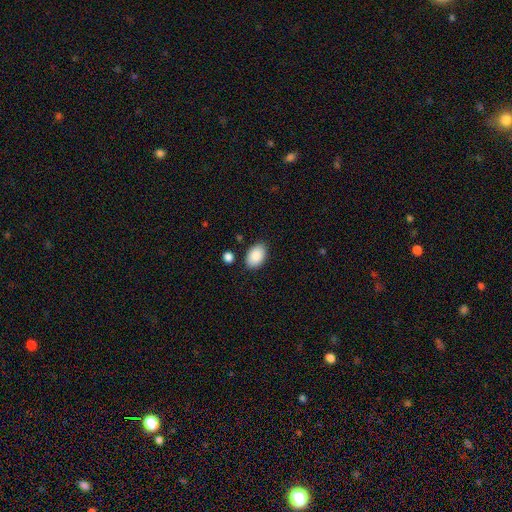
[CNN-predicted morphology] smooth_or_featured: smooth (p=0.88) [alt: star or artifact p=0.07]
how_rounded: in between (p=0.89) [alt: round p=0.09]
merging: none (p=0.85) [alt: minor disturbance p=0.10]